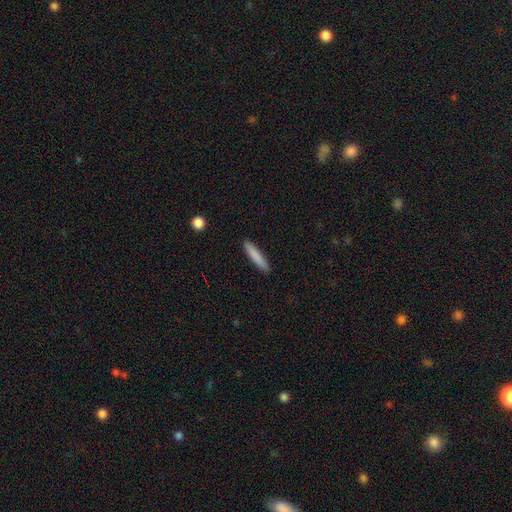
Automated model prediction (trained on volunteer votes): smooth_or_featured: smooth (p=0.83) [alt: featured or disk p=0.11]
how_rounded: cigar-shaped (p=0.89) [alt: in between p=0.09]
merging: none (p=0.90) [alt: minor disturbance p=0.07]